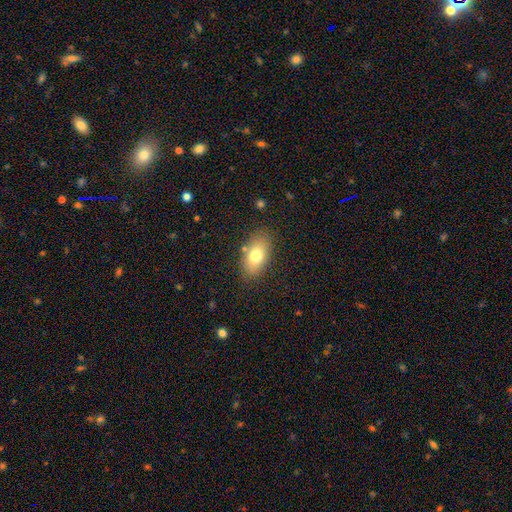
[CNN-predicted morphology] Q: Smooth or featured?
A: smooth (75%); runner-up: featured or disk (17%)
Q: How rounded?
A: in between (90%); runner-up: round (7%)
Q: Merging?
A: none (81%); runner-up: minor disturbance (12%)